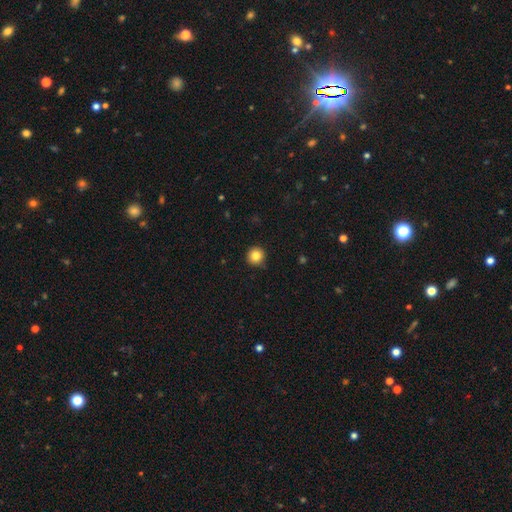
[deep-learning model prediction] Smooth or featured? Predicted: smooth (p=0.84). How rounded? Predicted: round (p=0.96). Merging? Predicted: none (p=0.91).